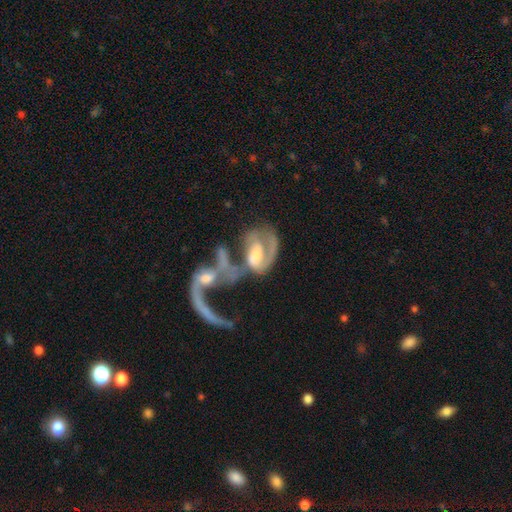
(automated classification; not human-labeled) Smooth or featured?
  - featured or disk: 77% *
  - smooth: 16%
  - star or artifact: 8%
Edge-on disk?
  - no: 96% *
  - yes: 4%
Bar?
  - no: 44% *
  - weak: 38%
  - strong: 18%
Spiral arms?
  - yes: 79% *
  - no: 21%
Spiral winding?
  - loose: 48% *
  - medium: 32%
  - tight: 19%
Spiral arm count?
  - 1: 41% *
  - 2: 40%
  - can't tell: 14%
  - 3: 3%
  - 4: 1%
  - more than 4: 1%
Bulge size?
  - moderate: 52% *
  - small: 26%
  - none: 11%
  - large: 10%
  - dominant: 2%
Merging?
  - merger: 62% *
  - major disturbance: 20%
  - none: 12%
  - minor disturbance: 7%